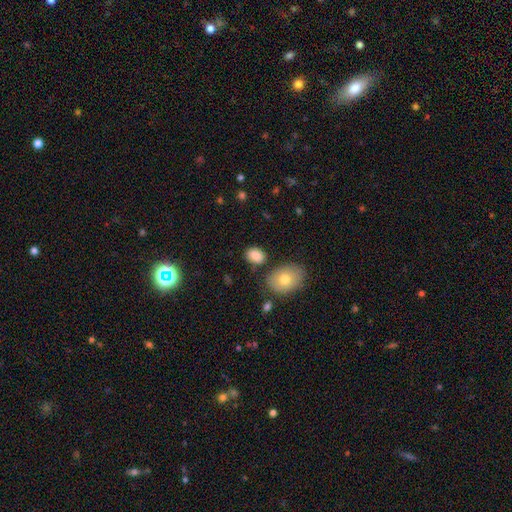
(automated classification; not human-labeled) A smooth galaxy with no disk features (83%) that is in between round and cigar-shaped (74%).

Vote fractions:
- Smooth or featured? smooth: 83% / star or artifact: 9% / featured or disk: 8%
- How rounded? in between: 74% / round: 25% / cigar-shaped: 1%
- Merging? none: 76% / minor disturbance: 13% / merger: 8% / major disturbance: 4%